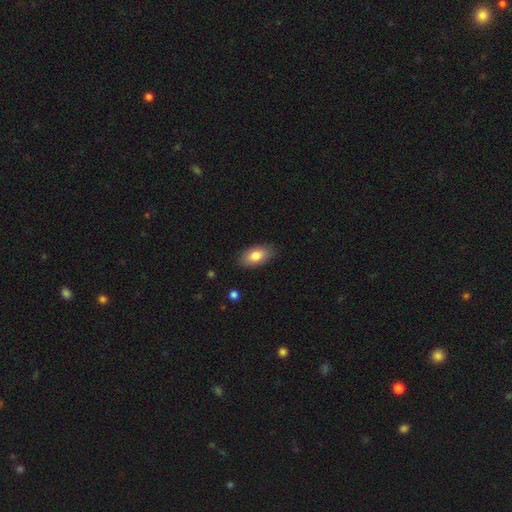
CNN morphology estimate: smooth-or-featured: smooth: 81% | featured or disk: 13% | star or artifact: 6%
  how-rounded: in between: 93% | round: 4% | cigar-shaped: 3%
  merging: none: 86% | minor disturbance: 10% | major disturbance: 2% | merger: 1%